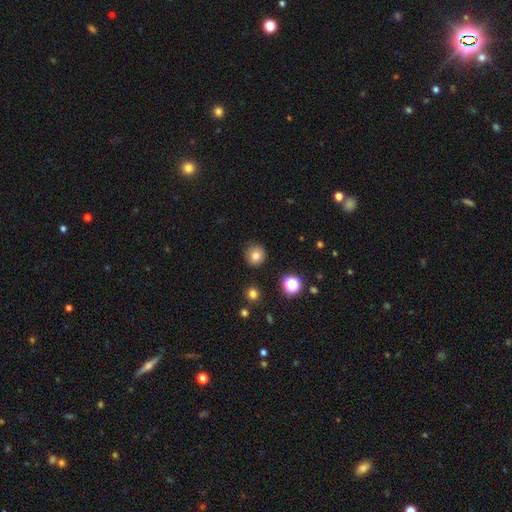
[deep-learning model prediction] smooth 78%, star or artifact 13%, featured or disk 8%. Down the decision tree: how rounded — round (93%); merging — none (89%).